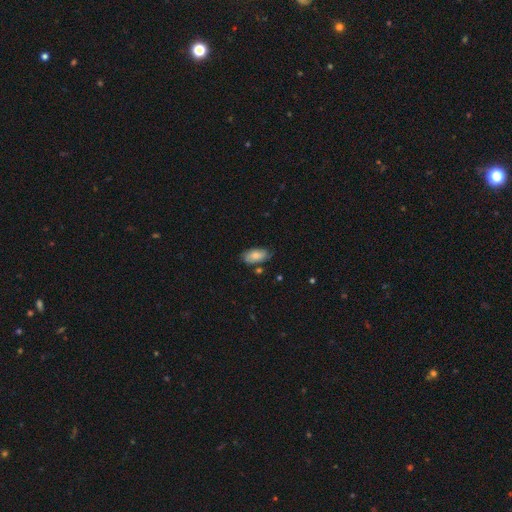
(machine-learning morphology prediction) smooth_or_featured: smooth (p=0.76) [alt: featured or disk p=0.17]
how_rounded: in between (p=0.92) [alt: cigar-shaped p=0.05]
merging: none (p=0.70) [alt: minor disturbance p=0.22]